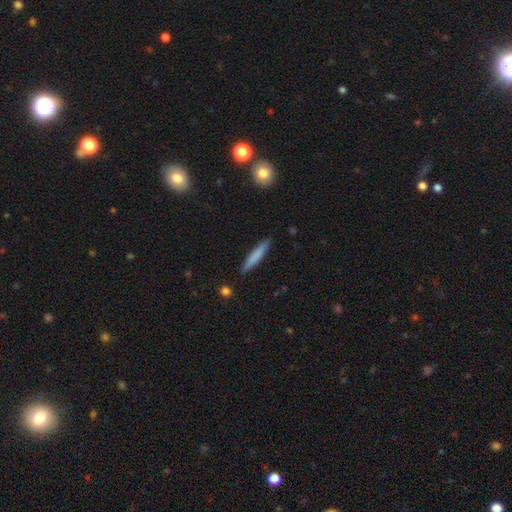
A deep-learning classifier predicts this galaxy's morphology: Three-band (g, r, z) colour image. It shows a smooth galaxy with no disk features (77%) that is cigar-shaped (93%). Merging: none (89%).